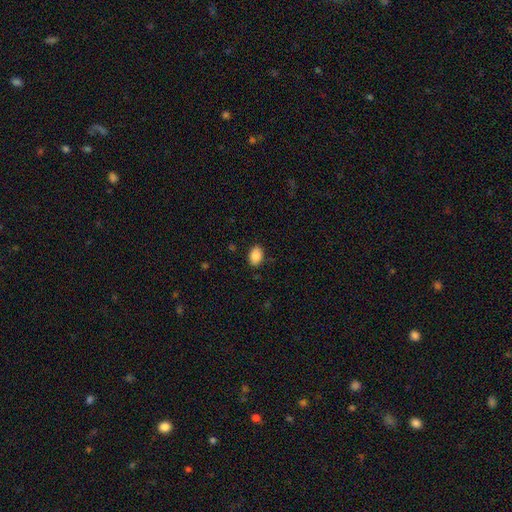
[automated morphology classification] Q: Smooth or featured?
A: smooth (89%); runner-up: star or artifact (8%)
Q: How rounded?
A: in between (85%); runner-up: round (14%)
Q: Merging?
A: none (86%); runner-up: minor disturbance (10%)